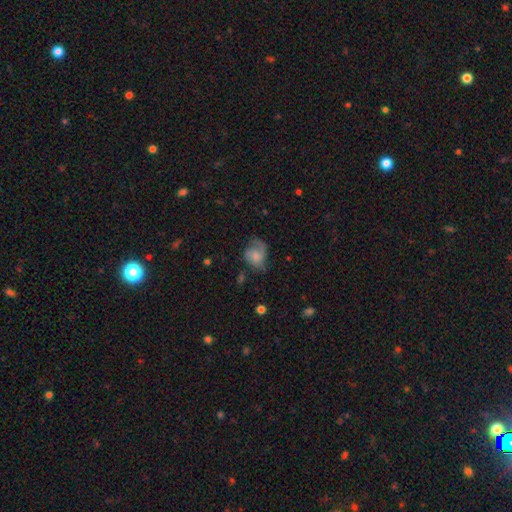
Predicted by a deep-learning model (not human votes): The model was most divided on "bulge size": small: 41%, moderate: 29%, none: 22%, large: 6%, dominant: 2%. Remaining: edge-on disk — no (97%); spiral arms — yes (85%); bar — no (71%); smooth or featured — featured or disk (54%); merging — none (45%).